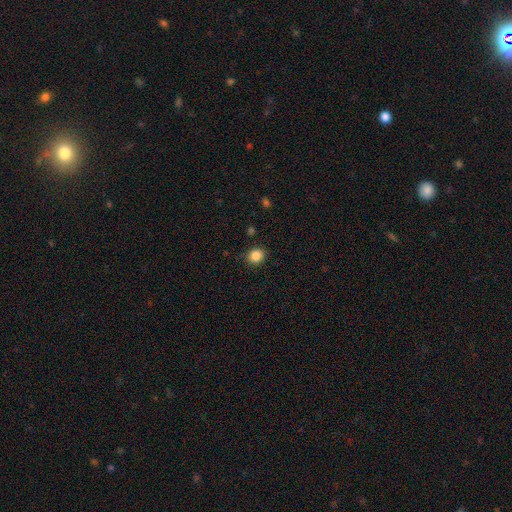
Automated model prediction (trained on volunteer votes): Morphology: type=smooth (86%); roundness=round (79%); merging=none (86%).